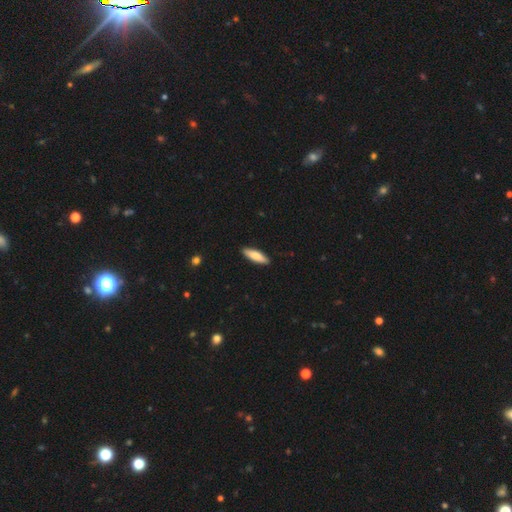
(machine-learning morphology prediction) smooth_or_featured: smooth (p=0.79) [alt: featured or disk p=0.16]
how_rounded: cigar-shaped (p=0.58) [alt: in between p=0.40]
merging: none (p=0.90) [alt: minor disturbance p=0.08]